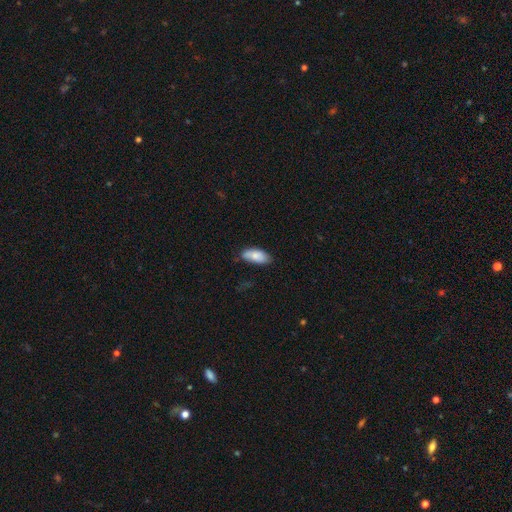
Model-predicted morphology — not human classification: smooth_or_featured: smooth (p=0.82) [alt: featured or disk p=0.11]
how_rounded: in between (p=0.88) [alt: cigar-shaped p=0.10]
merging: none (p=0.70) [alt: minor disturbance p=0.24]